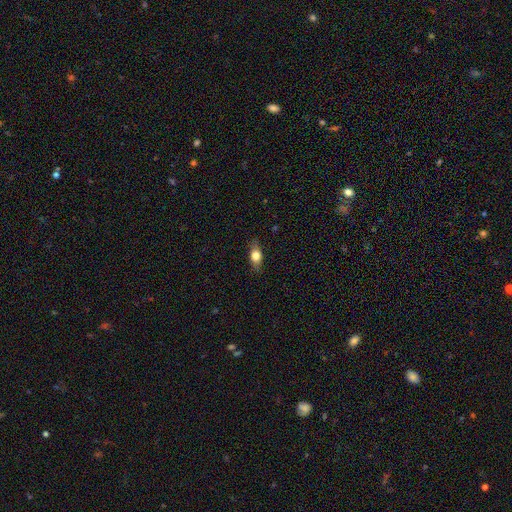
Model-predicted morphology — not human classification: Overall: smooth (66%; featured or disk 26%). How rounded: in between (72%). Merging: none (84%).